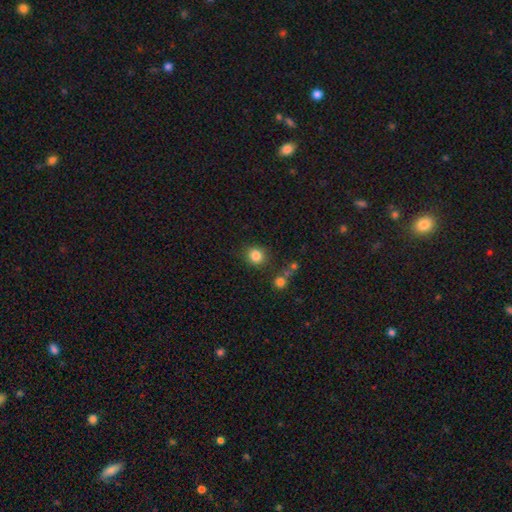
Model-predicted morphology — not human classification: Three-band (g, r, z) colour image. It shows a smooth galaxy with no disk features (84%) that is round (80%). Merging: none (82%).